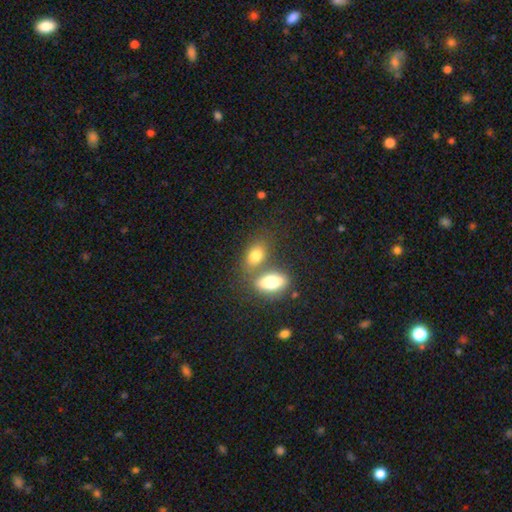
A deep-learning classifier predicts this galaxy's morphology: A smooth galaxy with no disk features (78%) that is in between round and cigar-shaped (82%). Merging: none (44%).